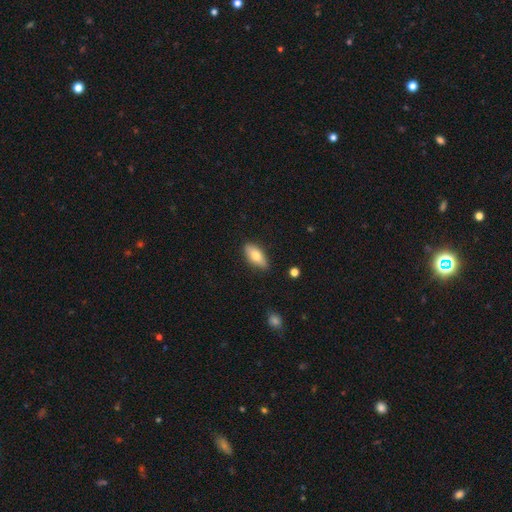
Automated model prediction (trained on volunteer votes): Smooth or featured?
  - smooth: 71% *
  - featured or disk: 23%
  - star or artifact: 6%
How rounded?
  - in between: 80% *
  - cigar-shaped: 17%
  - round: 3%
Merging?
  - none: 83% *
  - minor disturbance: 13%
  - major disturbance: 2%
  - merger: 1%